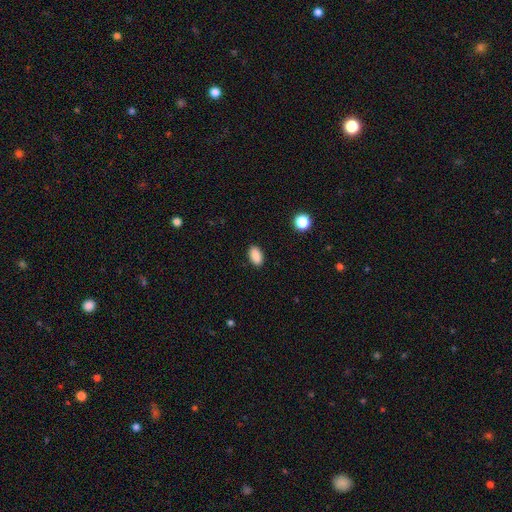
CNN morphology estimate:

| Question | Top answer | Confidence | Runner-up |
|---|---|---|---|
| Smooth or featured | smooth | 89% | star or artifact (8%) |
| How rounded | in between | 92% | round (6%) |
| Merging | none | 89% | minor disturbance (8%) |